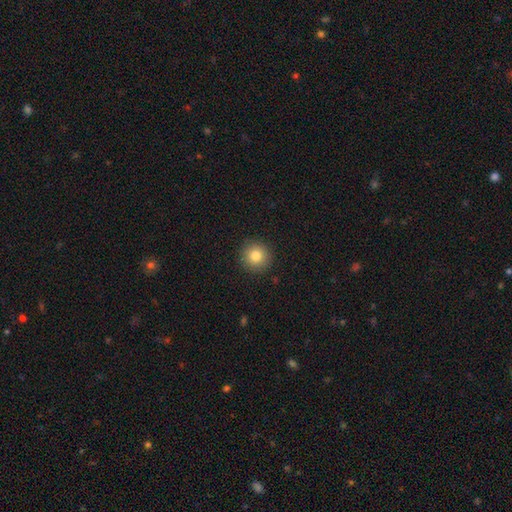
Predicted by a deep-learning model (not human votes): Smooth or featured: smooth — 81% (star or artifact — 11%)
How rounded: round — 95% (in between — 4%)
Merging: none — 92% (minor disturbance — 5%)